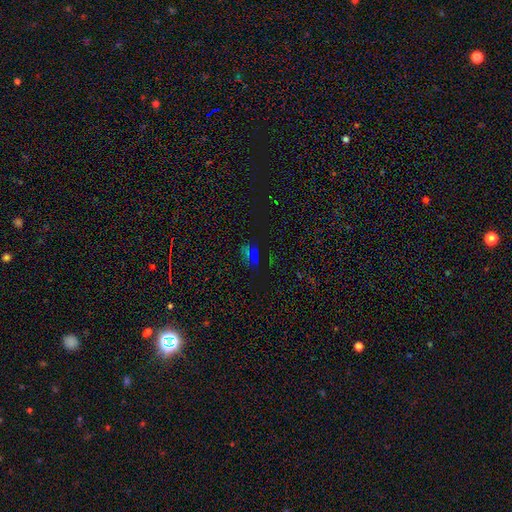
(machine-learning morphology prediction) Smooth or featured: star or artifact — 53% (smooth — 38%)